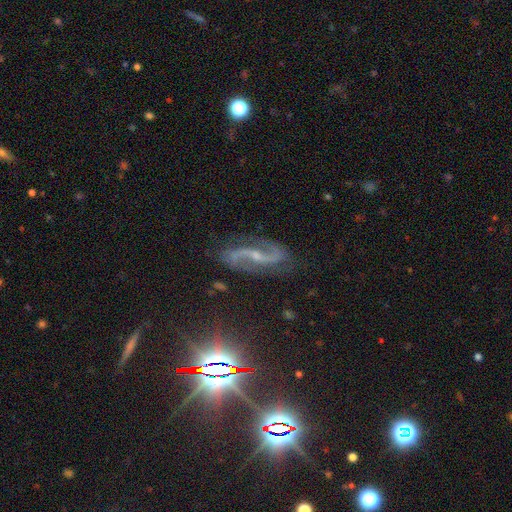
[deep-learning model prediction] Overall: featured or disk (86%). Edge-on disk: no (96%). Bar: weak (41%; strong 30%). Spiral arms: yes (97%). Spiral arm count: 2 (93%). Spiral winding: loose (51%; medium 39%). Bulge size: small (65%). Merging: none (79%).